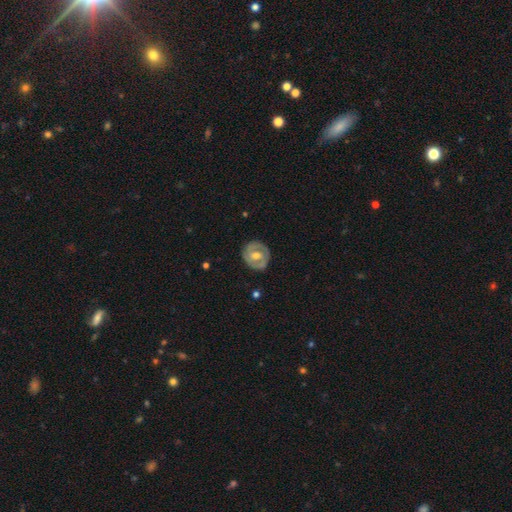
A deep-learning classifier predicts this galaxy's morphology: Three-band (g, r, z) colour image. It shows a featured or disk galaxy (60%) with no bar (44%), no spiral arms (62%) and a moderate central bulge (74%). Merging: none (82%).